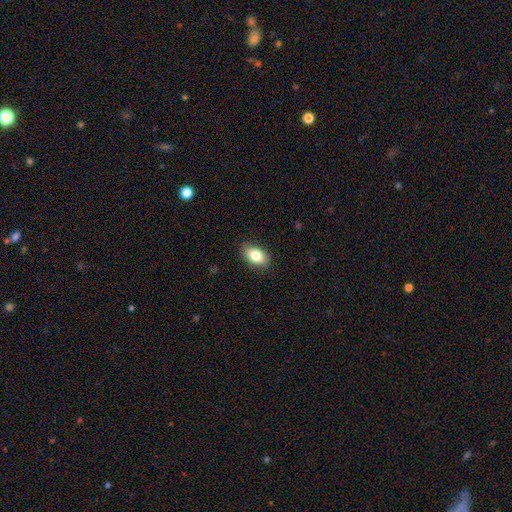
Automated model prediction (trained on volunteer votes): Q: Smooth or featured?
A: smooth (82%); runner-up: featured or disk (11%)
Q: How rounded?
A: in between (90%); runner-up: round (8%)
Q: Merging?
A: none (87%); runner-up: minor disturbance (10%)